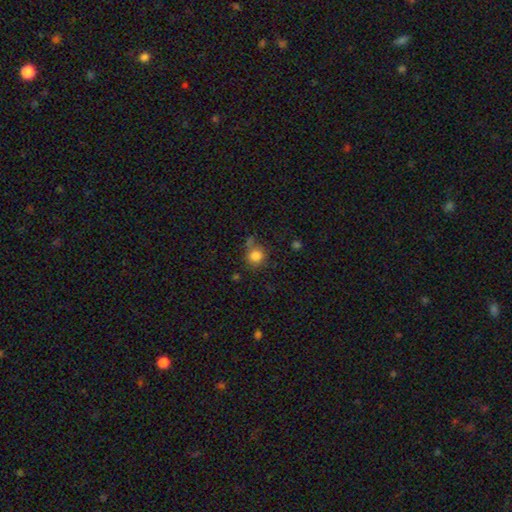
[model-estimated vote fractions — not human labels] smooth-or-featured: smooth: 83% | star or artifact: 11% | featured or disk: 6%
  how-rounded: round: 87% | in between: 12% | cigar-shaped: 1%
  merging: none: 63% | minor disturbance: 18% | merger: 12% | major disturbance: 7%